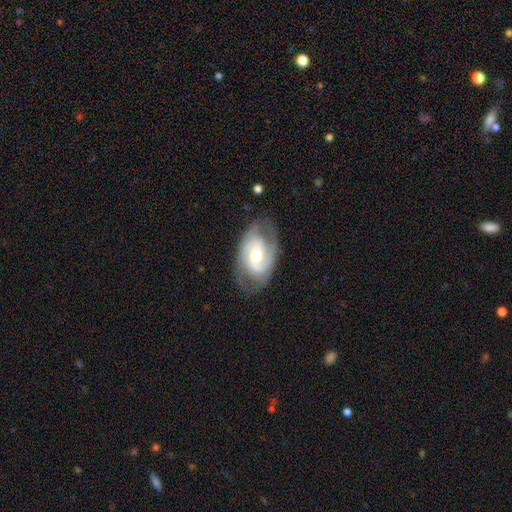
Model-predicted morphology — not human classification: The model was most divided on "bar": no: 44%, weak: 43%, strong: 13%. Remaining: edge-on disk — no (96%); spiral arms — yes (93%); smooth or featured — featured or disk (81%); spiral arm count — 2 (72%); merging — none (70%); bulge size — moderate (66%); spiral winding — medium (47%).